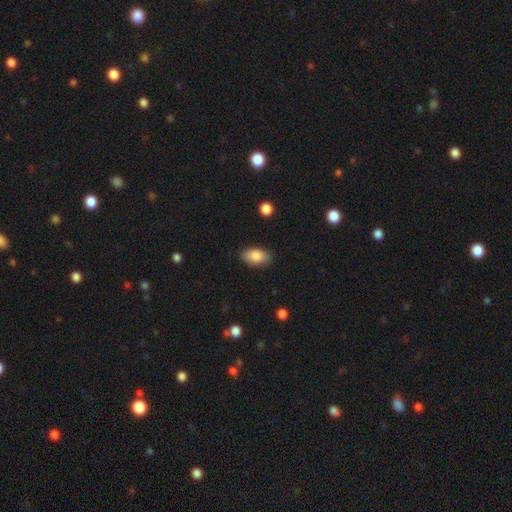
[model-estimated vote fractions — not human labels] smooth 86%, featured or disk 7%, star or artifact 7%. Down the decision tree: how rounded — in between (92%); merging — none (86%).